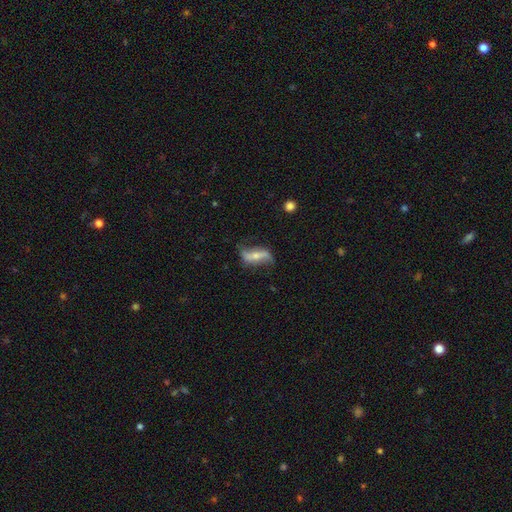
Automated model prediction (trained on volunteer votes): Q: Smooth or featured?
A: featured or disk (68%); runner-up: smooth (25%)
Q: Edge-on disk?
A: no (83%); runner-up: yes (17%)
Q: Bar?
A: strong (46%); runner-up: no (28%)
Q: Spiral arms?
A: yes (84%); runner-up: no (16%)
Q: Bulge size?
A: small (53%); runner-up: moderate (36%)
Q: Merging?
A: none (65%); runner-up: minor disturbance (23%)